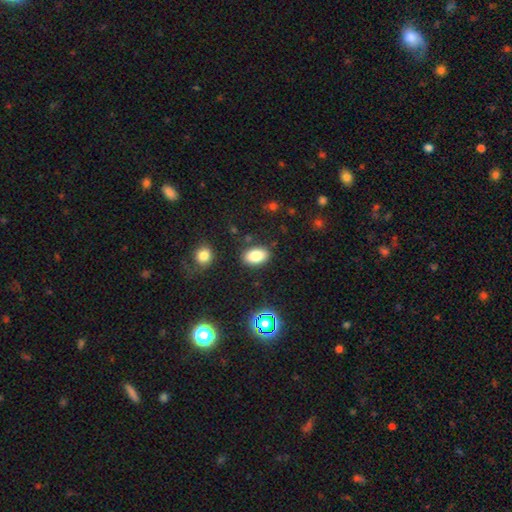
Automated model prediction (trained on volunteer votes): Q: Smooth or featured?
A: smooth (83%); runner-up: star or artifact (10%)
Q: How rounded?
A: in between (90%); runner-up: round (9%)
Q: Merging?
A: none (85%); runner-up: minor disturbance (10%)